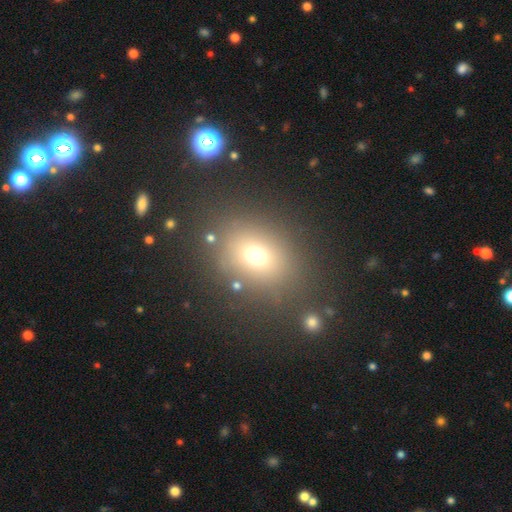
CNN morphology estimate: smooth 69%, star or artifact 20%, featured or disk 11%. Down the decision tree: how rounded — round (53%); merging — none (81%).